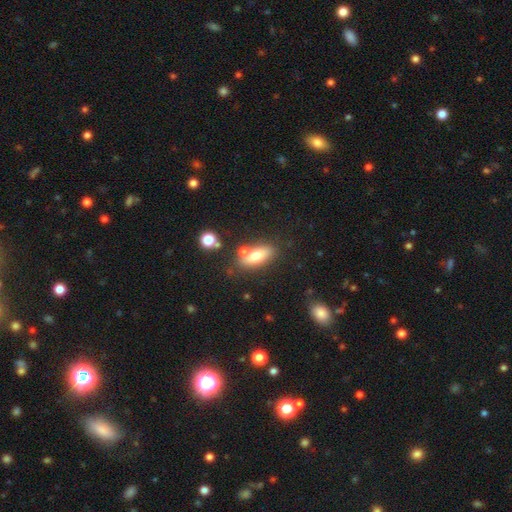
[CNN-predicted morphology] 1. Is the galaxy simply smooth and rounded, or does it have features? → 68% smooth, 23% featured or disk, 9% star or artifact.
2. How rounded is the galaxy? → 76% in between, 19% cigar-shaped, 5% round.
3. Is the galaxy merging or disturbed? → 67% none, 14% minor disturbance, 14% merger, 4% major disturbance.